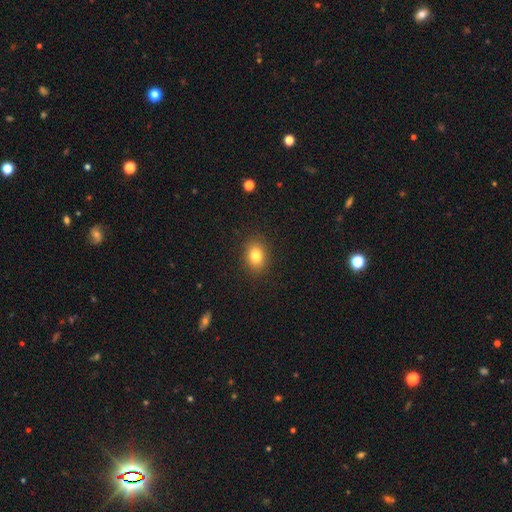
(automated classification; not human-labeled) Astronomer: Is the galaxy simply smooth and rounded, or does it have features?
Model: smooth — 81%.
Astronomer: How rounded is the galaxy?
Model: in between — 59% (runner-up: round, 40%).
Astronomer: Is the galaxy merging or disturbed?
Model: none — 89%.